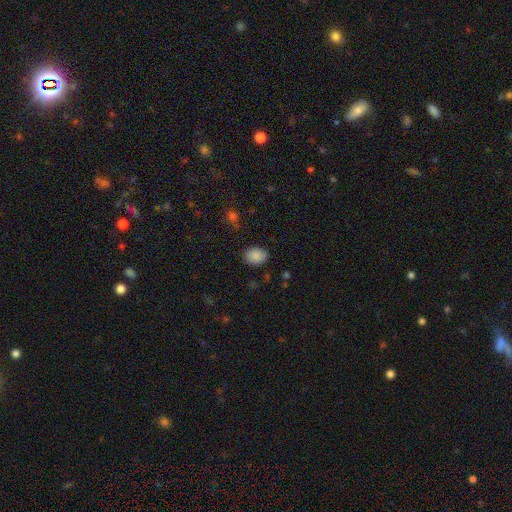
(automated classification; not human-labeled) Smooth or featured? smooth (87%)
How rounded? in between (64%)
Merging? none (81%)